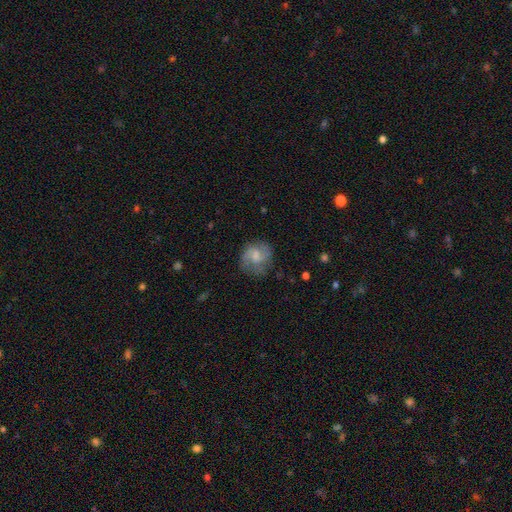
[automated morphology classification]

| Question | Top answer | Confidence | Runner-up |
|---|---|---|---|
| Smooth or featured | featured or disk | 53% | smooth (39%) |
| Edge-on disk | no | 98% | yes (2%) |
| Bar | weak | 47% | no (43%) |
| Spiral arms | yes | 84% | no (16%) |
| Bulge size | moderate | 35% | small (29%) |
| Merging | none | 66% | minor disturbance (21%) |